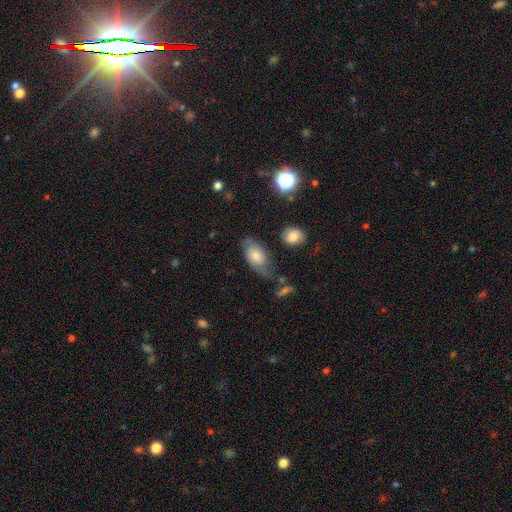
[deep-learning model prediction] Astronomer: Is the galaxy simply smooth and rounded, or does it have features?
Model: featured or disk — 51% (runner-up: smooth, 39%).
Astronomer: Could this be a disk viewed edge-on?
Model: no — 92%.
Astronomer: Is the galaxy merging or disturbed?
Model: none — 63%.